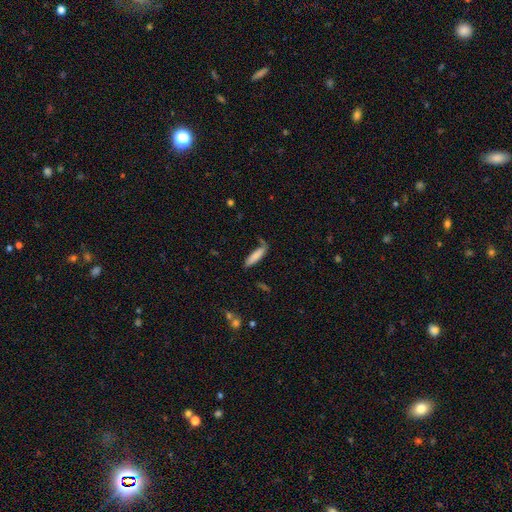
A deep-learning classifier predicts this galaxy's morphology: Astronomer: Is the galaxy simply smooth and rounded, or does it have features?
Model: smooth — 81%.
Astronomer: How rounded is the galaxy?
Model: cigar-shaped — 67%.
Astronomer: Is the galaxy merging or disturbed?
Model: none — 66%.